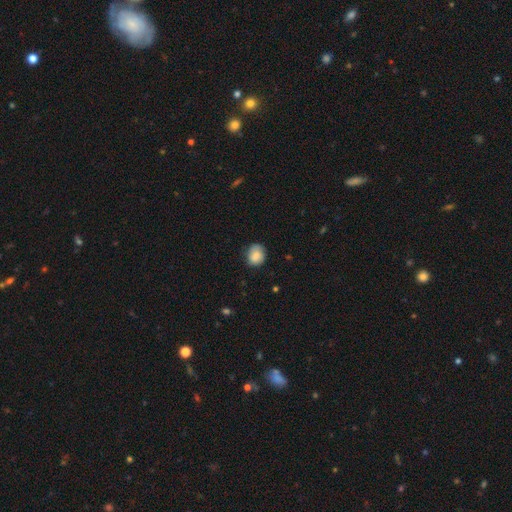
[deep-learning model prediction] The model was most divided on "how rounded": round: 66%, in between: 33%, cigar-shaped: 1%. More confident: smooth or featured — smooth (81%); merging — none (72%).